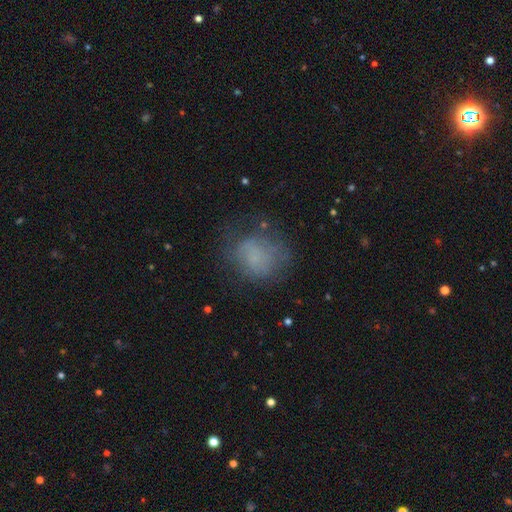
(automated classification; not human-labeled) Smooth or featured? Predicted: smooth (p=0.62). How rounded? Predicted: round (p=0.66). Merging? Predicted: none (p=0.56).